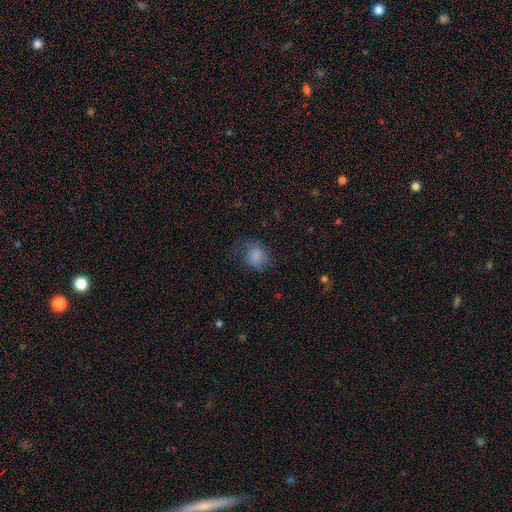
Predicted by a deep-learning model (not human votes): The model was most divided on "merging": none: 53%, minor disturbance: 26%, major disturbance: 19%, merger: 1%. More confident: smooth or featured — smooth (77%); how rounded — round (69%).